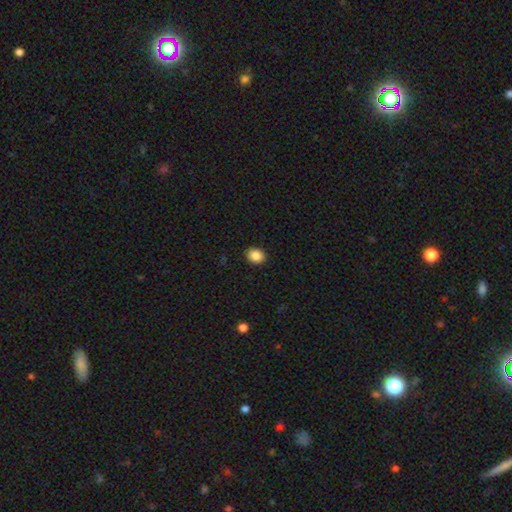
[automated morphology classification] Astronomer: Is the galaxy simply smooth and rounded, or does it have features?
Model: smooth — 87%.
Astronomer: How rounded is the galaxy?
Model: round — 55% (runner-up: in between, 44%).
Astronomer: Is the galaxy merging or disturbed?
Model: none — 91%.